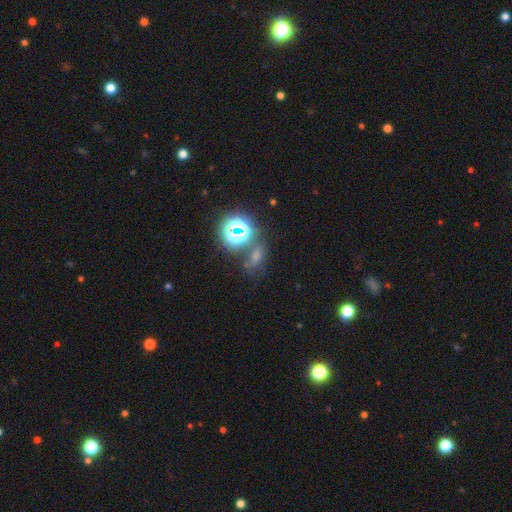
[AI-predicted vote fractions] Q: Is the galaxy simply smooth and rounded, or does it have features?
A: star or artifact — 59%.